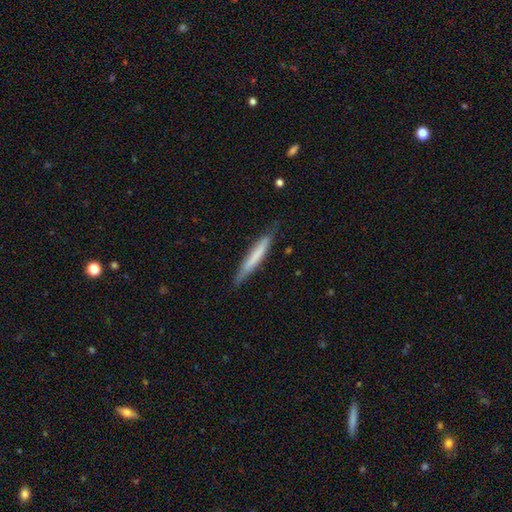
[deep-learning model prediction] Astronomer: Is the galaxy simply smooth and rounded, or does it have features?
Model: smooth — 63%.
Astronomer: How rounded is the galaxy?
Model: cigar-shaped — 95%.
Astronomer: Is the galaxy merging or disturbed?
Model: none — 79%.